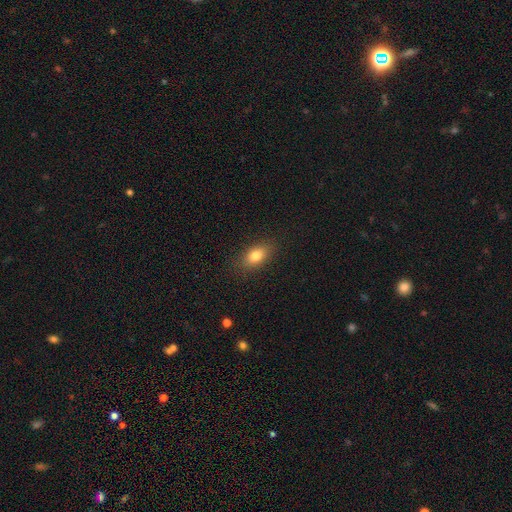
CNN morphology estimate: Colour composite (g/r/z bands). It shows a smooth galaxy with no disk features (80%) that is in between round and cigar-shaped (83%). Merging: none (86%).